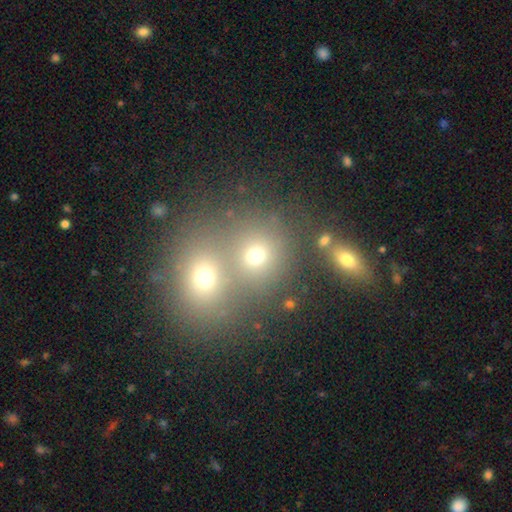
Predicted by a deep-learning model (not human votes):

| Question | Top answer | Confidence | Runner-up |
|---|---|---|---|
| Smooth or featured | smooth | 70% | star or artifact (18%) |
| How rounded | round | 78% | in between (21%) |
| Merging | merger | 55% | none (36%) |